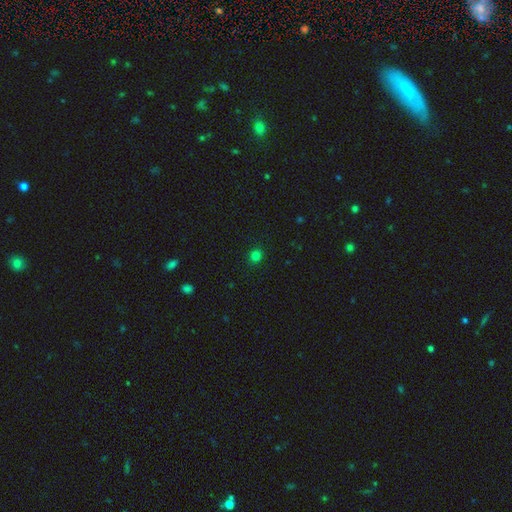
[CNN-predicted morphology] Smooth or featured: smooth — 79% (star or artifact — 17%)
How rounded: round — 79% (in between — 20%)
Merging: none — 90% (minor disturbance — 7%)